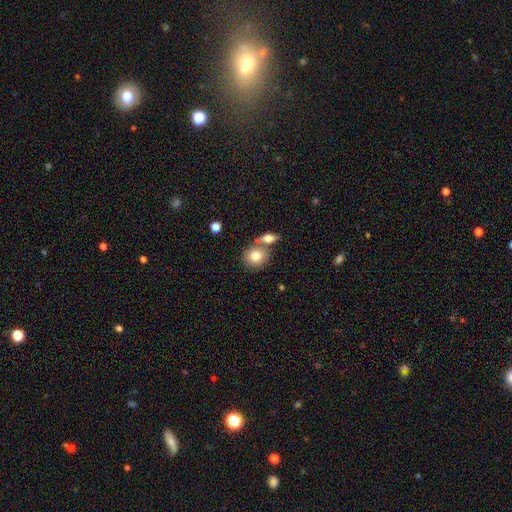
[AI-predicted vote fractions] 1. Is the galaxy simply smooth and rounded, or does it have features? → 78% smooth, 14% featured or disk, 8% star or artifact.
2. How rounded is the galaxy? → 78% round, 20% in between, 1% cigar-shaped.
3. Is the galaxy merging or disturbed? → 50% none, 39% merger, 8% minor disturbance, 3% major disturbance.